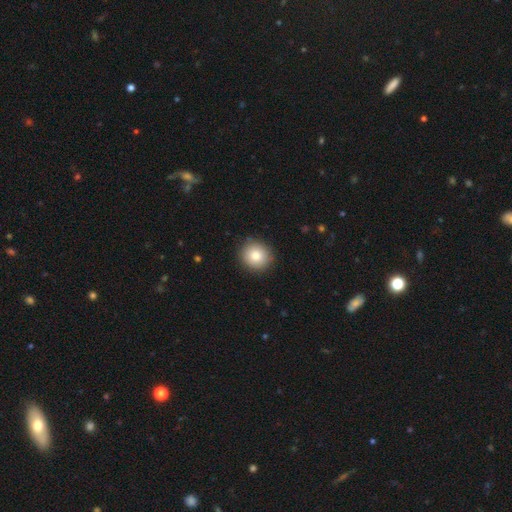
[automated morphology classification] This is clearly a smooth galaxy (83%). How rounded: clearly round (89%). Merging: clearly none (89%).